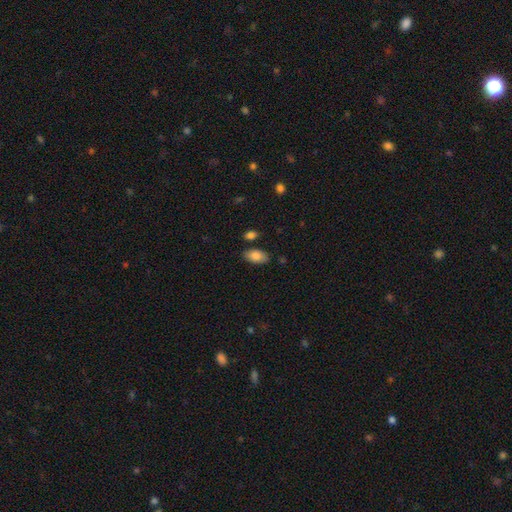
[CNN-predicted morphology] Smooth or featured?
  - smooth: 85% *
  - featured or disk: 8%
  - star or artifact: 7%
How rounded?
  - in between: 93% *
  - round: 3%
  - cigar-shaped: 3%
Merging?
  - none: 81% *
  - minor disturbance: 12%
  - merger: 4%
  - major disturbance: 3%